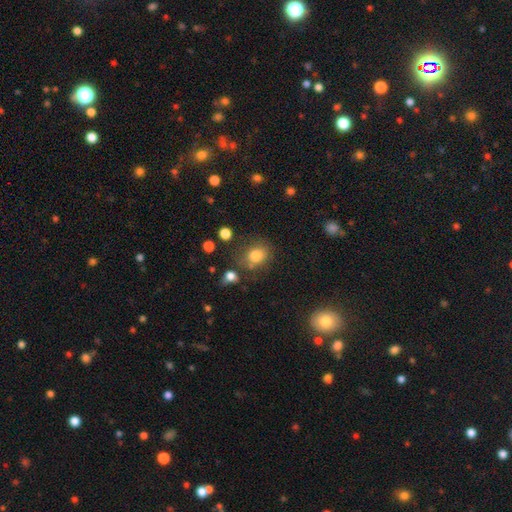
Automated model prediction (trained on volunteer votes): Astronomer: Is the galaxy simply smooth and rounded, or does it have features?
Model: smooth — 80%.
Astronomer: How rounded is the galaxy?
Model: round — 59% (runner-up: in between, 40%).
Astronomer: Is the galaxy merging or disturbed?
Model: none — 64%.